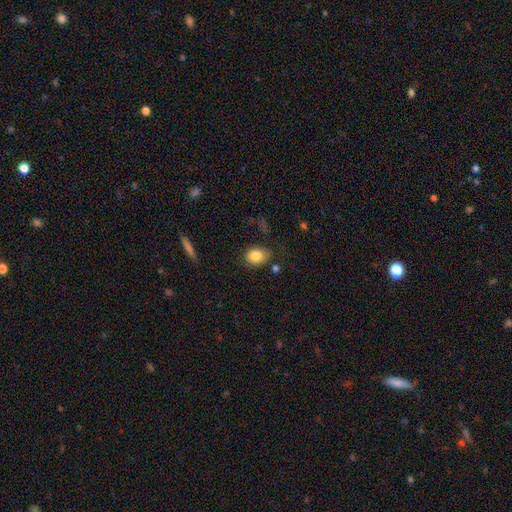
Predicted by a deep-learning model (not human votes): This appears to be a smooth galaxy with no disk features (85%) that is in between round and cigar-shaped (62%). Merging: none (72%).